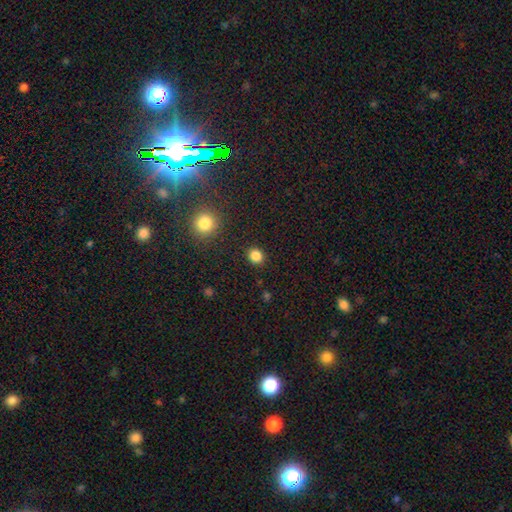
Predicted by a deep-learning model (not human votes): A smooth galaxy with no disk features (84%) that is round (79%). Merging: none (90%).